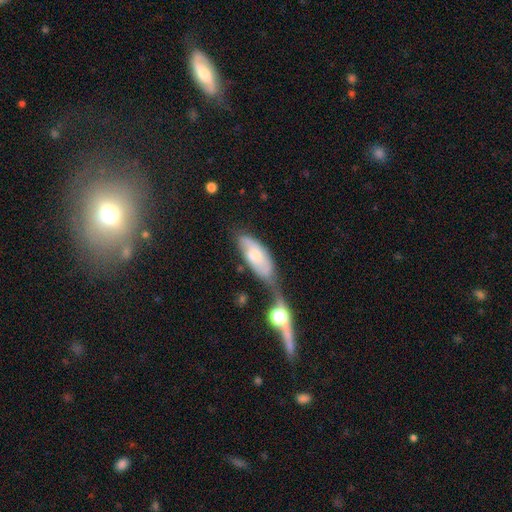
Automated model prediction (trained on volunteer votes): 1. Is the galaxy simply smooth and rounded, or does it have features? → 54% smooth, 38% featured or disk, 7% star or artifact.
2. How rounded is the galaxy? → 78% in between, 19% cigar-shaped, 3% round.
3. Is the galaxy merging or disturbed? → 39% merger, 27% none, 20% minor disturbance, 14% major disturbance.